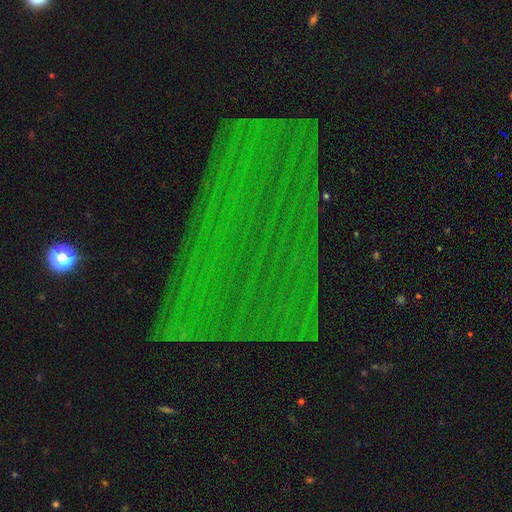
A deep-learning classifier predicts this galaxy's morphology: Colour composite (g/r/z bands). It shows a star or artifact, not a galaxy (74%).